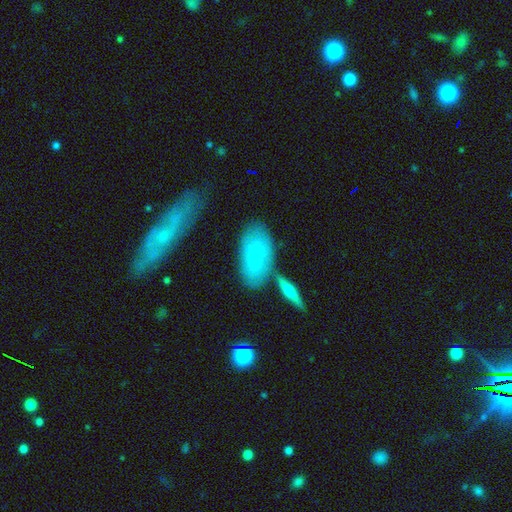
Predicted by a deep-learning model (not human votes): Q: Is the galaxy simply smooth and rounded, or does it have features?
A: smooth — 55%.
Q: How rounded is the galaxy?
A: in between — 86%.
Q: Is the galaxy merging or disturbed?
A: none — 63%.